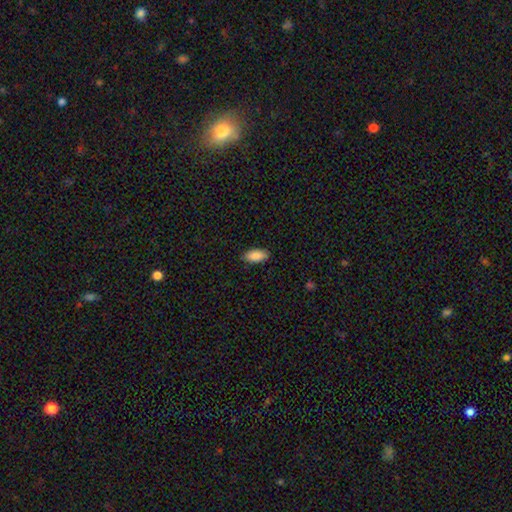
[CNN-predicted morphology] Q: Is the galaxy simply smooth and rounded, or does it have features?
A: smooth — 89%.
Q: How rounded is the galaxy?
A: in between — 93%.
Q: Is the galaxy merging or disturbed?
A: none — 87%.